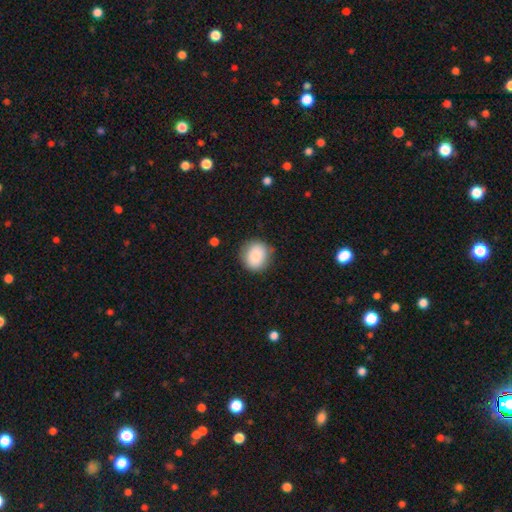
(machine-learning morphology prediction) The model was most divided on "how rounded": round: 83%, in between: 16%, cigar-shaped: 1%. More confident: merging — none (82%); smooth or featured — smooth (80%).